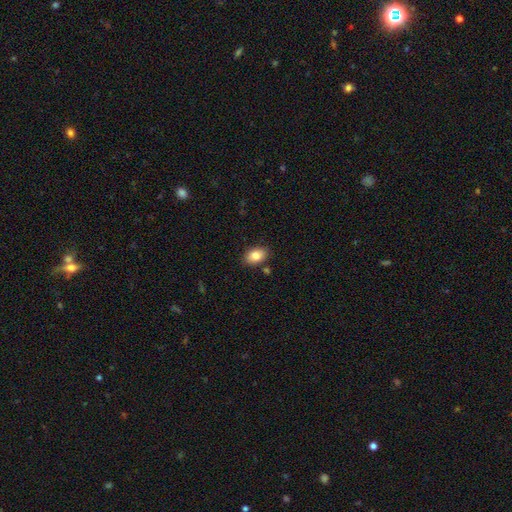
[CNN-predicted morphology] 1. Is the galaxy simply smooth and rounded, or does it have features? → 82% smooth, 10% featured or disk, 8% star or artifact.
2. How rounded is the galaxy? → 85% in between, 14% round, 1% cigar-shaped.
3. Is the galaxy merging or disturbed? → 85% none, 10% minor disturbance, 3% merger, 2% major disturbance.